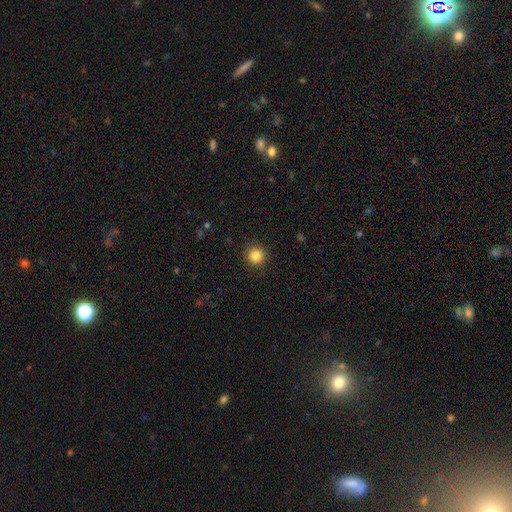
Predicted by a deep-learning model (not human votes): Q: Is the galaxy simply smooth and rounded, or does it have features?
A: smooth — 85%.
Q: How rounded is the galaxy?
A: round — 94%.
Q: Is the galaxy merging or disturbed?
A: none — 90%.